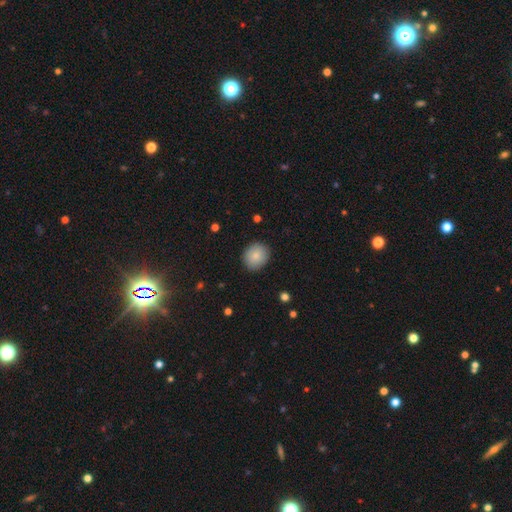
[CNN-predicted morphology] smooth_or_featured: smooth (p=0.84) [alt: star or artifact p=0.08]
how_rounded: round (p=0.74) [alt: in between p=0.25]
merging: none (p=0.88) [alt: minor disturbance p=0.09]